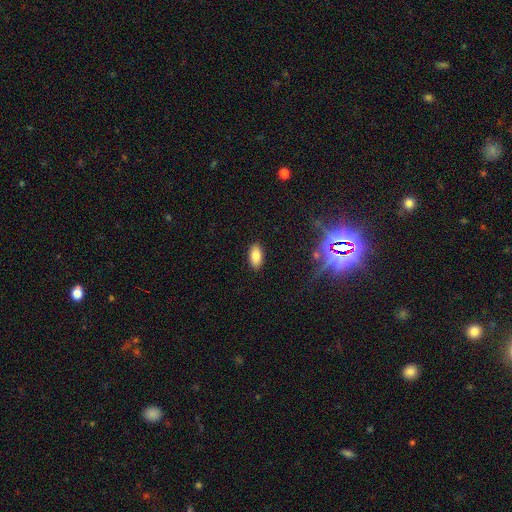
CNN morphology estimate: Smooth or featured? smooth (81%)
How rounded? in between (93%)
Merging? none (88%)